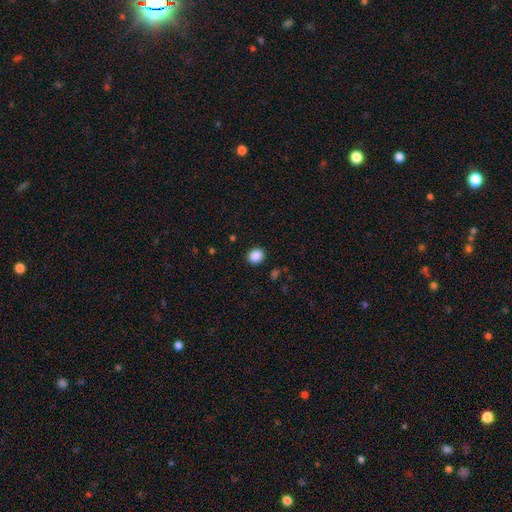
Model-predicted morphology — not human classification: Smooth or featured? smooth (88%)
How rounded? round (75%)
Merging? none (90%)